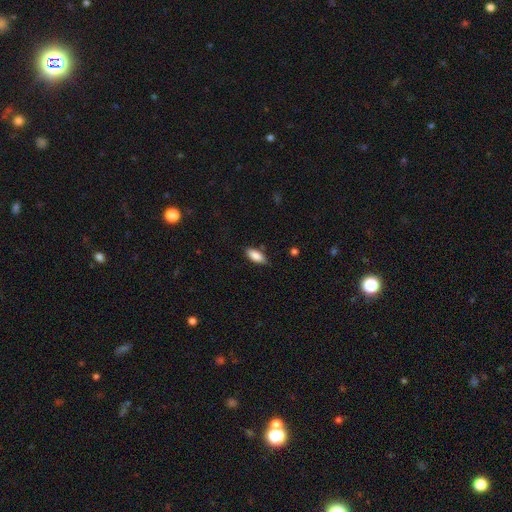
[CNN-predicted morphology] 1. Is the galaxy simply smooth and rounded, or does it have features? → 84% smooth, 9% featured or disk, 7% star or artifact.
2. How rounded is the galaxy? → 83% in between, 15% cigar-shaped, 2% round.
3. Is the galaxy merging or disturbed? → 78% none, 17% minor disturbance, 3% major disturbance, 2% merger.